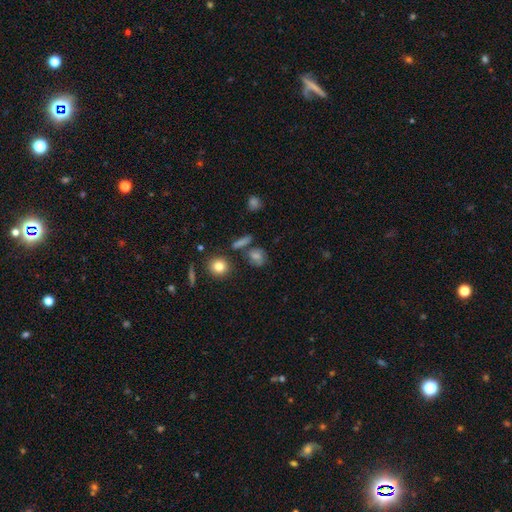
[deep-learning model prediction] Smooth or featured?
  - smooth: 58% *
  - star or artifact: 26%
  - featured or disk: 17%
How rounded?
  - round: 74% *
  - in between: 23%
  - cigar-shaped: 4%
Merging?
  - none: 72% *
  - minor disturbance: 13%
  - merger: 9%
  - major disturbance: 6%